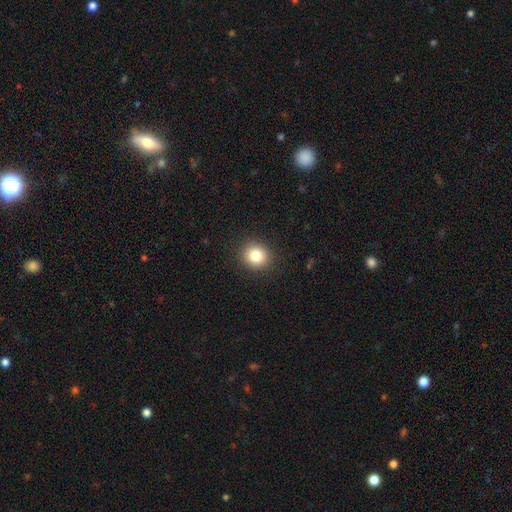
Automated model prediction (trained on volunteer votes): A smooth galaxy with no disk features (82%) that is round (84%). Merging: none (90%).